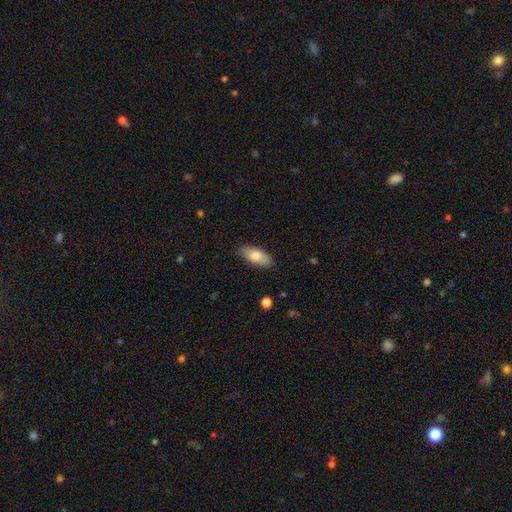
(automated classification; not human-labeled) Overall: smooth (77%). How rounded: in between (87%). Merging: none (85%).